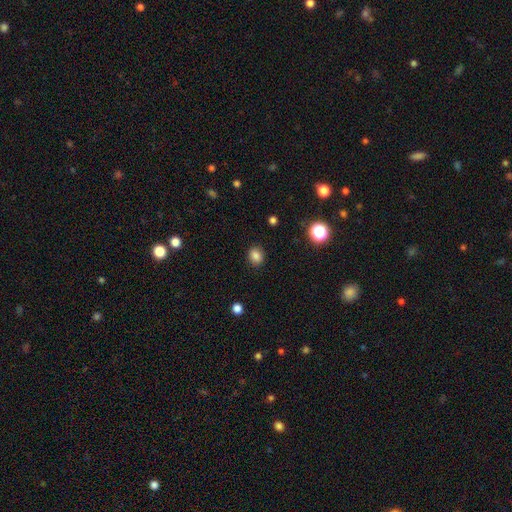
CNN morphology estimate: This appears to be a smooth galaxy with no disk features (84%) that is round (61%). Merging: none (89%).